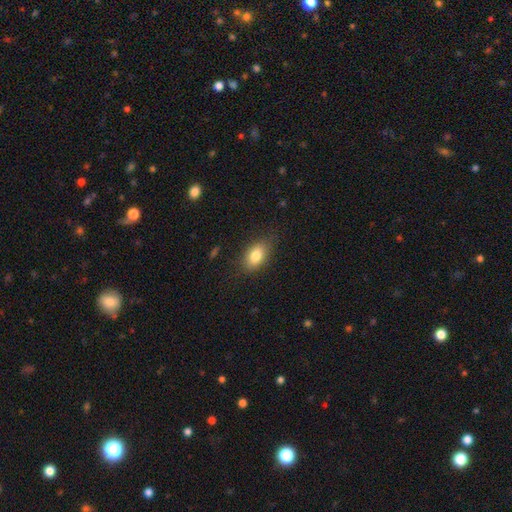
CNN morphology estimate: Smooth or featured?
  - smooth: 81% *
  - featured or disk: 11%
  - star or artifact: 8%
How rounded?
  - in between: 86% *
  - round: 10%
  - cigar-shaped: 4%
Merging?
  - none: 80% *
  - minor disturbance: 15%
  - major disturbance: 4%
  - merger: 1%